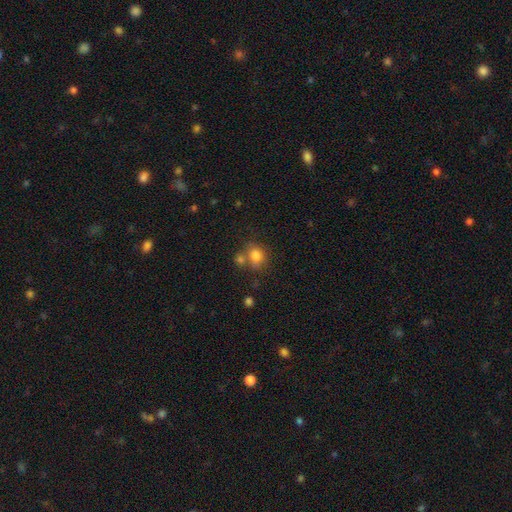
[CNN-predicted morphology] smooth 80%, star or artifact 11%, featured or disk 9%. Down the decision tree: how rounded — round (63%); merging — none (51%).